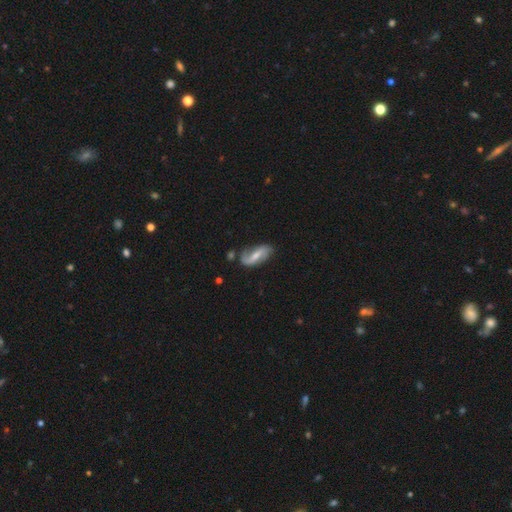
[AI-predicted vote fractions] Overall: featured or disk (71%). Edge-on disk: no (92%). Bar: strong (41%; weak 39%). Spiral arms: yes (88%). Spiral arm count: 2 (81%). Spiral winding: loose (66%). Bulge size: small (47%; moderate 43%). Merging: none (60%; minor disturbance 24%).